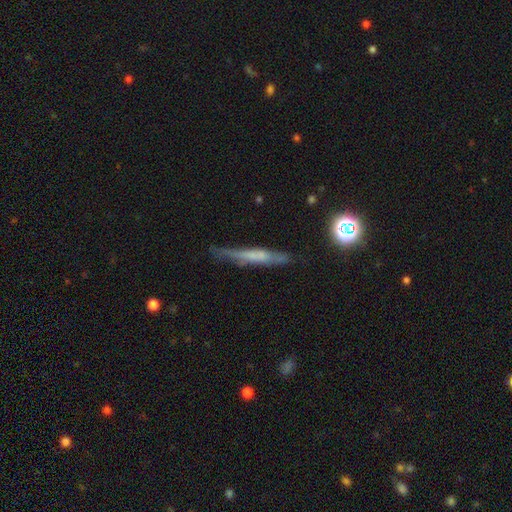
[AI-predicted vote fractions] featured or disk 46%, smooth 45%, star or artifact 9%. Down the decision tree: merging — none (71%).